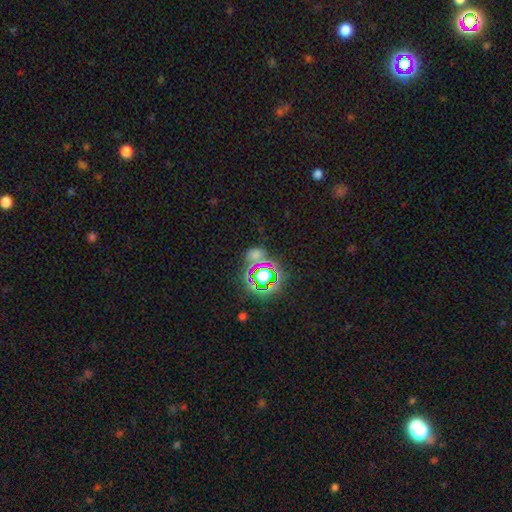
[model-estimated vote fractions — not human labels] Overall: star or artifact (57%; smooth 30%).